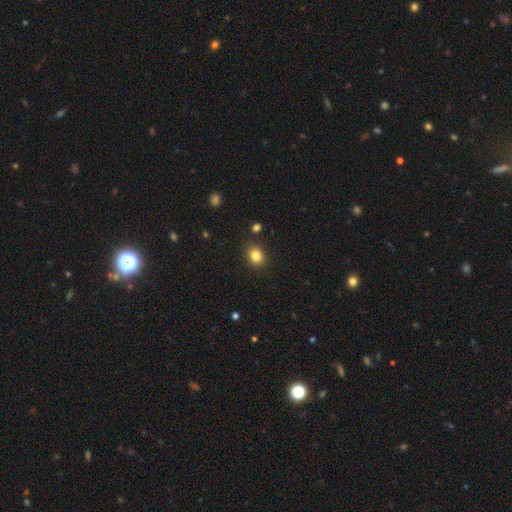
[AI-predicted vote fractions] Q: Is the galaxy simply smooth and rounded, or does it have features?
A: smooth — 83%.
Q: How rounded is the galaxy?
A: round — 60%.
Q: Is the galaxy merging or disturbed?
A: none — 87%.